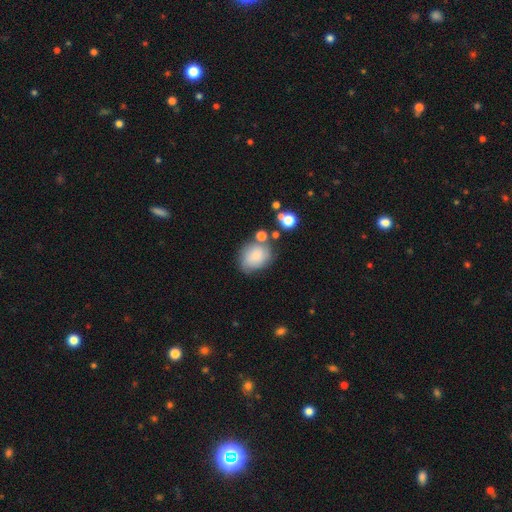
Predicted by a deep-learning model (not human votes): This appears to be a smooth galaxy with no disk features (78%) that is in between round and cigar-shaped (55%). Merging: none (60%).